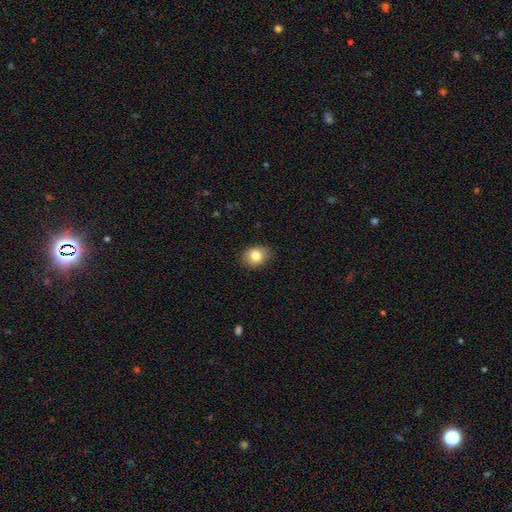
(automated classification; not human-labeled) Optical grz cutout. It shows a smooth galaxy with no disk features (81%) that is in between round and cigar-shaped (55%). Merging: none (83%).